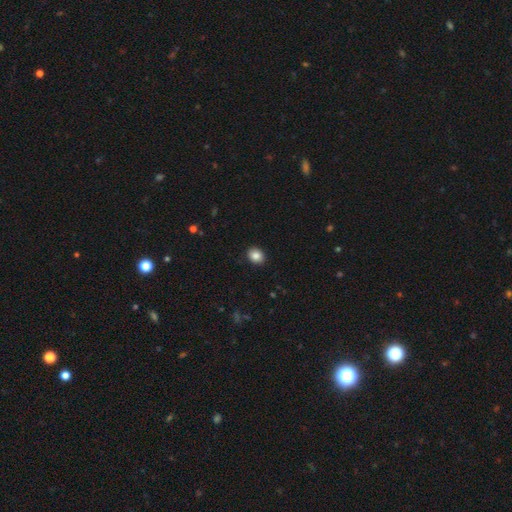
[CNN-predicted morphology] smooth_or_featured: smooth (p=0.86) [alt: star or artifact p=0.09]
how_rounded: round (p=0.56) [alt: in between p=0.43]
merging: none (p=0.91) [alt: minor disturbance p=0.07]